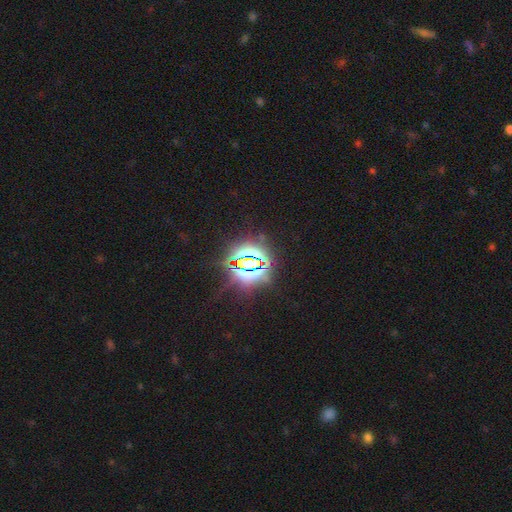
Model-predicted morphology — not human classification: The model was most divided on "smooth or featured": star or artifact: 83%, smooth: 9%, featured or disk: 8%.